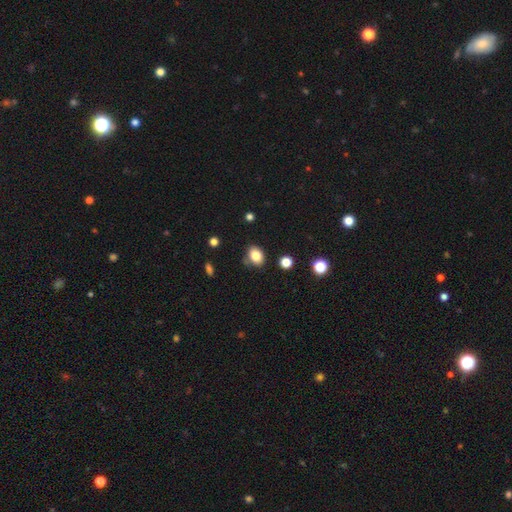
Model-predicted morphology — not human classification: This is clearly a smooth galaxy (83%). How rounded: likely in between (64%). Merging: likely none (75%).